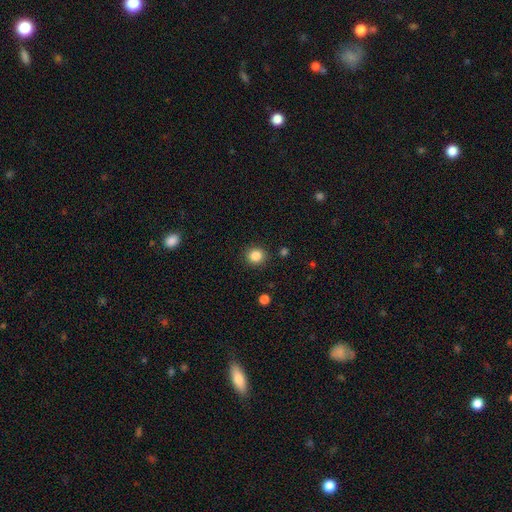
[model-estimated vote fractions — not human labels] Smooth or featured? Predicted: smooth (p=0.85). How rounded? Predicted: round (p=0.91). Merging? Predicted: none (p=0.90).